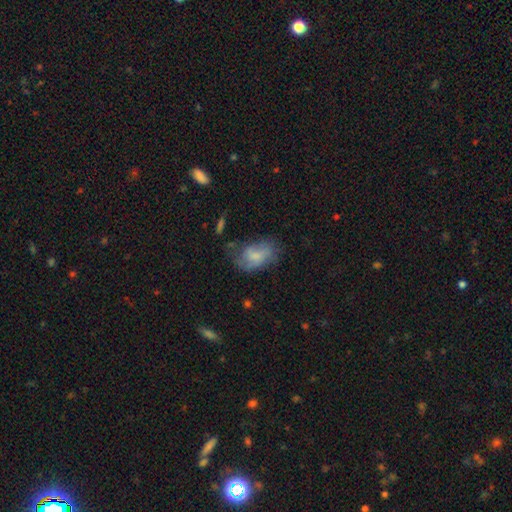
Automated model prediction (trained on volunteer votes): Smooth or featured? smooth (56%)
How rounded? in between (87%)
Merging? none (46%)